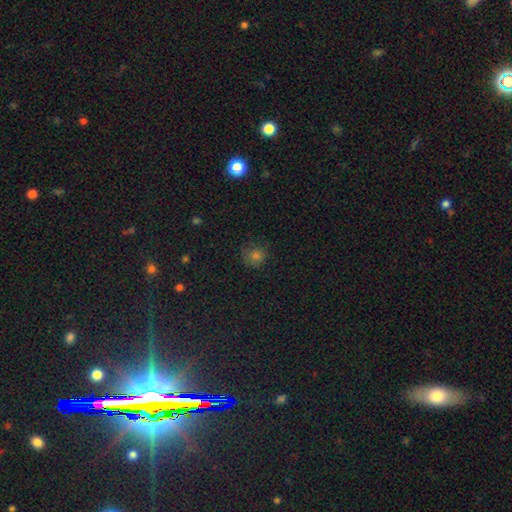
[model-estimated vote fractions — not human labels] smooth_or_featured: smooth (p=0.68) [alt: star or artifact p=0.22]
how_rounded: round (p=0.87) [alt: in between p=0.12]
merging: none (p=0.73) [alt: minor disturbance p=0.19]